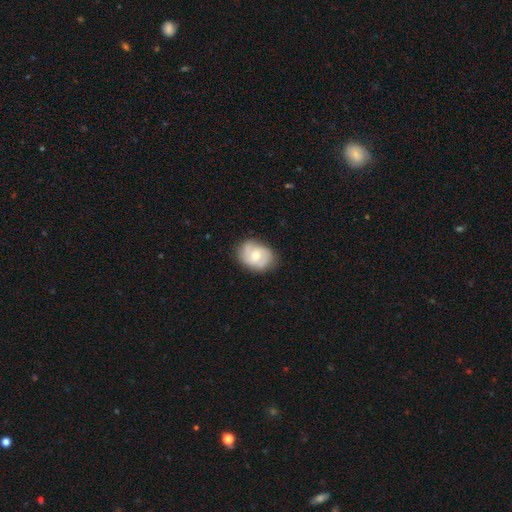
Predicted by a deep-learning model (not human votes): Q: Smooth or featured?
A: featured or disk (55%); runner-up: smooth (38%)
Q: Edge-on disk?
A: no (97%); runner-up: yes (3%)
Q: Bar?
A: no (58%); runner-up: weak (36%)
Q: Spiral arms?
A: yes (83%); runner-up: no (17%)
Q: Bulge size?
A: moderate (60%); runner-up: small (34%)
Q: Merging?
A: none (73%); runner-up: minor disturbance (20%)